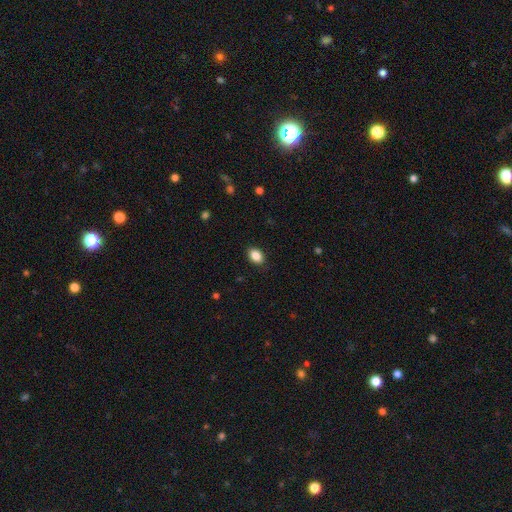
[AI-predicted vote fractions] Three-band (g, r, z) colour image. It shows a smooth galaxy with no disk features (87%) that is in between round and cigar-shaped (77%). Merging: none (88%).